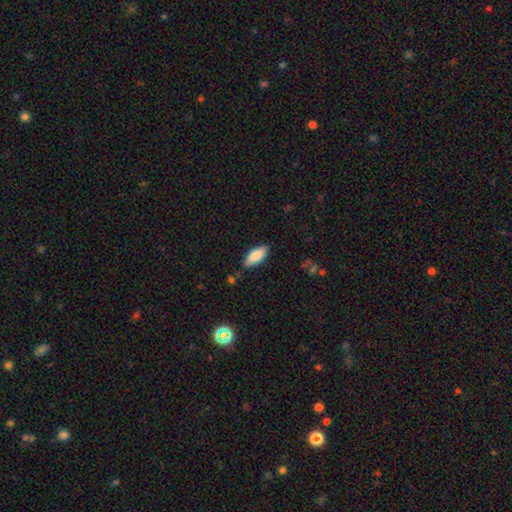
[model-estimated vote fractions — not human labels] A smooth galaxy with no disk features (84%) that is in between round and cigar-shaped (87%).

Vote fractions:
- Smooth or featured? smooth: 84% / featured or disk: 9% / star or artifact: 6%
- How rounded? in between: 87% / cigar-shaped: 11% / round: 2%
- Merging? none: 84% / minor disturbance: 13% / major disturbance: 2% / merger: 2%